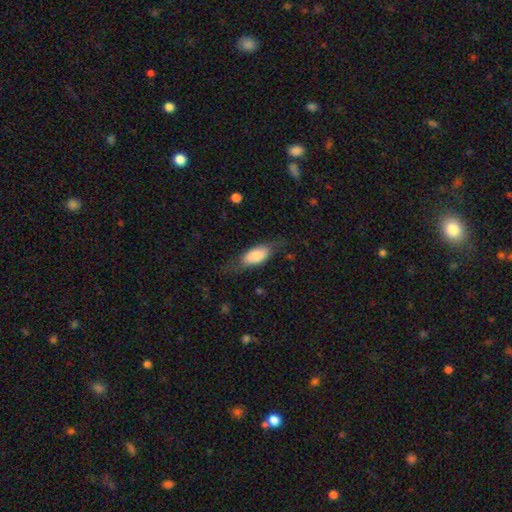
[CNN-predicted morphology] smooth_or_featured: smooth (p=0.77) [alt: featured or disk p=0.17]
how_rounded: in between (p=0.82) [alt: cigar-shaped p=0.15]
merging: none (p=0.63) [alt: minor disturbance p=0.23]